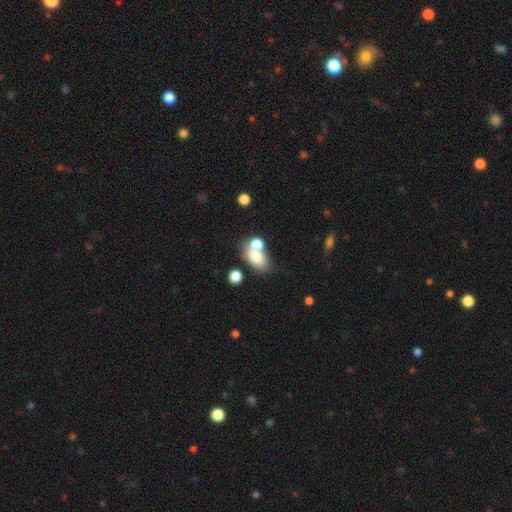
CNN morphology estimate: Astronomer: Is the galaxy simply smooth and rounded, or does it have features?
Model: smooth — 75%.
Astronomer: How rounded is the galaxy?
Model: in between — 79%.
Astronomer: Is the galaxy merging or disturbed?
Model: merger — 45% (runner-up: none, 36%).